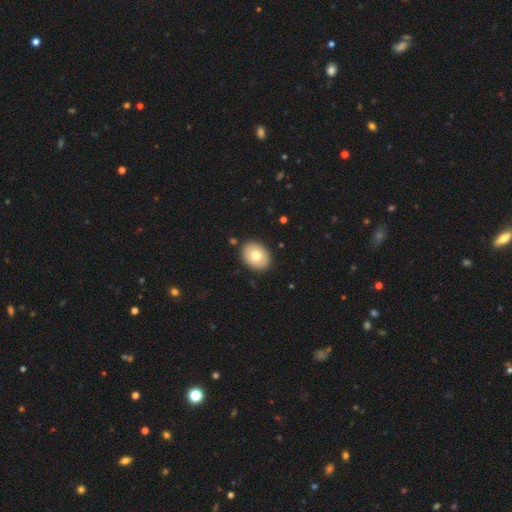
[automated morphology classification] Smooth or featured? Predicted: smooth (p=0.76). How rounded? Predicted: in between (p=0.65). Merging? Predicted: none (p=0.89).